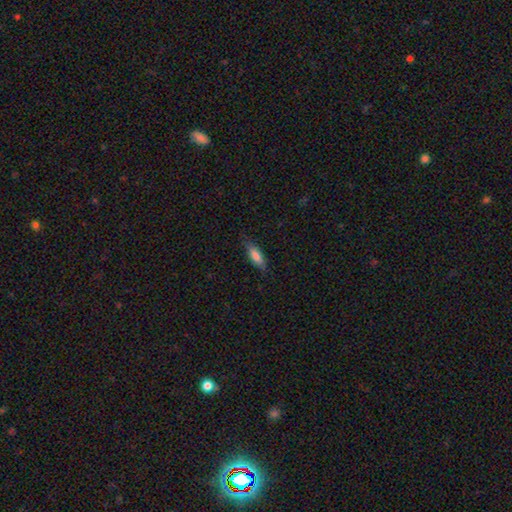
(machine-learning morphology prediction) A smooth galaxy with no disk features (79%) that is in between round and cigar-shaped (57%). Merging: none (76%).